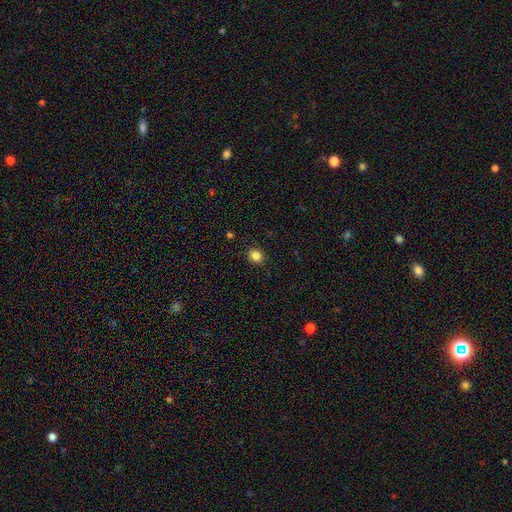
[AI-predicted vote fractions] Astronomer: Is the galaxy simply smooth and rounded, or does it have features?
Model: smooth — 85%.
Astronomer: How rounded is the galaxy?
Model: round — 80%.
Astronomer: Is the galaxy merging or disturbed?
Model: none — 91%.